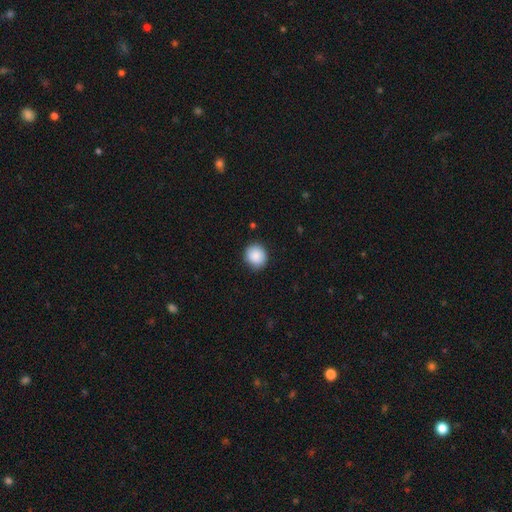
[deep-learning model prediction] Smooth or featured: smooth — 88% (star or artifact — 7%)
How rounded: round — 85% (in between — 15%)
Merging: none — 86% (minor disturbance — 10%)